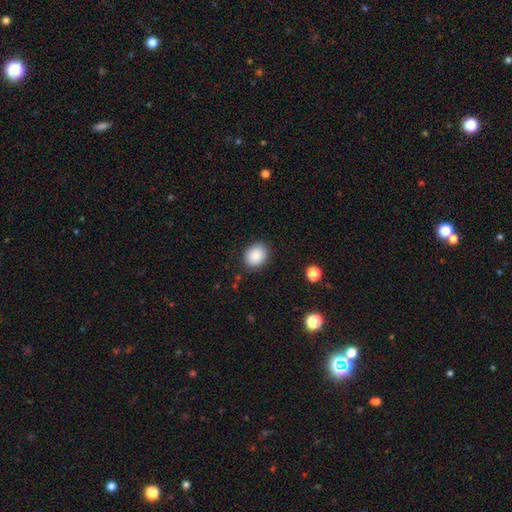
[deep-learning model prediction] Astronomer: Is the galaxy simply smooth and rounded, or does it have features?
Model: smooth — 88%.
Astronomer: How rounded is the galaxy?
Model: in between — 52% (runner-up: round, 47%).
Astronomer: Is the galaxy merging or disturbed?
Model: none — 87%.